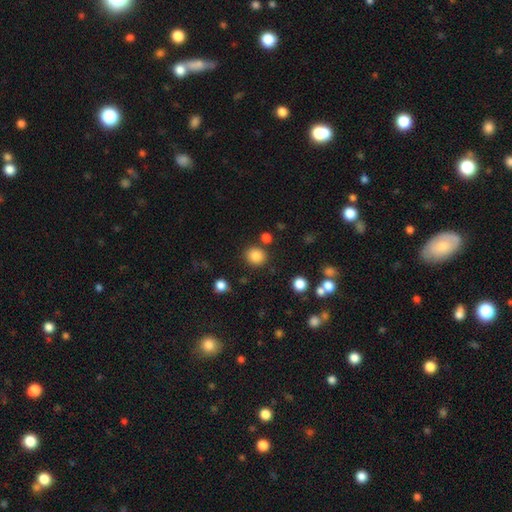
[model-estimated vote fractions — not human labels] Morphology: type=smooth (84%); roundness=round (84%); merging=none (85%).